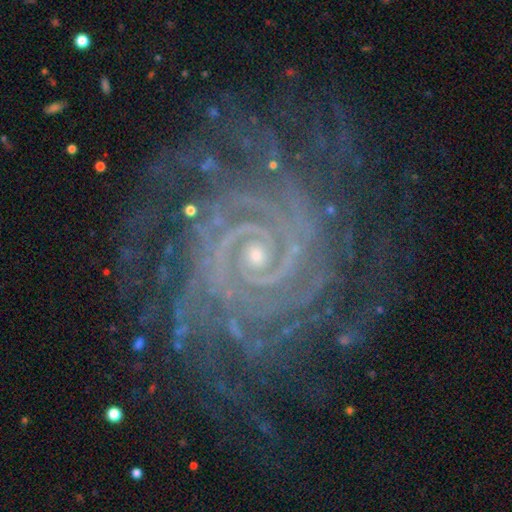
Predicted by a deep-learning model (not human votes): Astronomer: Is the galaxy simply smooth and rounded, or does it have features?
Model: featured or disk — 92%.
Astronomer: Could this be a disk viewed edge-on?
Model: no — 98%.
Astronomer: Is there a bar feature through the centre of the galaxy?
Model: no — 51% (runner-up: weak, 32%).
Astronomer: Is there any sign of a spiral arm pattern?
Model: yes — 99%.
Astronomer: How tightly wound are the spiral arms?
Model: tight — 84%.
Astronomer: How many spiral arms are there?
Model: more than 4 — 24% (runner-up: 4, 18%).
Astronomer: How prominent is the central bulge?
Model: small — 84%.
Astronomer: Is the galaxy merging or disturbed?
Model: none — 78%.